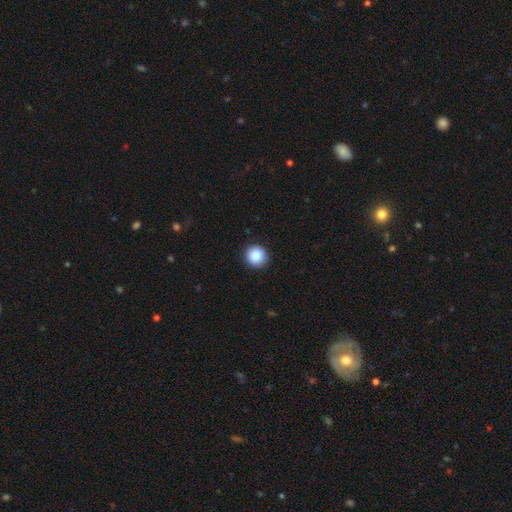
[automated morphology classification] This is clearly a smooth galaxy (87%). How rounded: clearly round (95%). Merging: clearly none (91%).